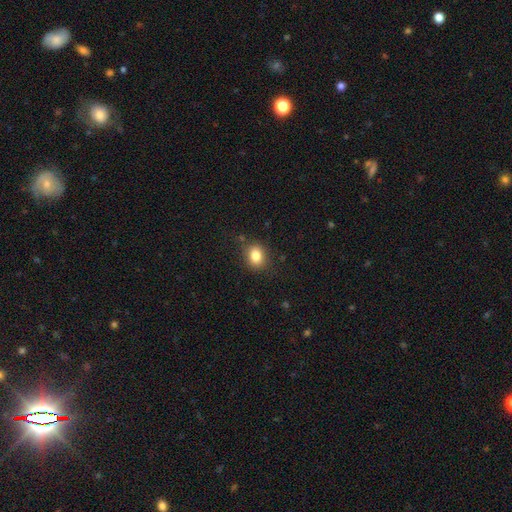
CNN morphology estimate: The model was most divided on "how rounded": in between: 50%, round: 49%, cigar-shaped: 1%. More confident: merging — none (84%); smooth or featured — smooth (83%).